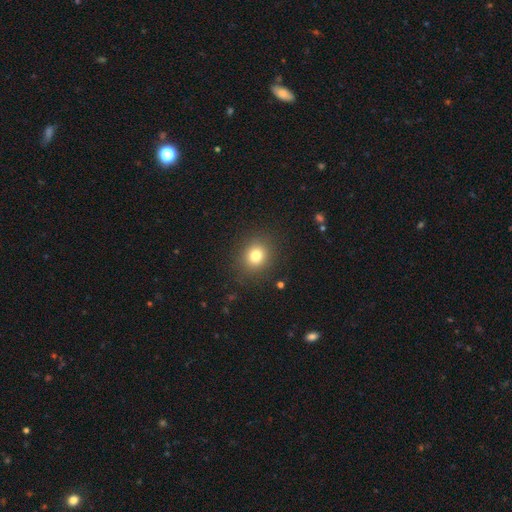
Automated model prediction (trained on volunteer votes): This appears to be a smooth galaxy with no disk features (79%) that is round (77%). Merging: none (88%).